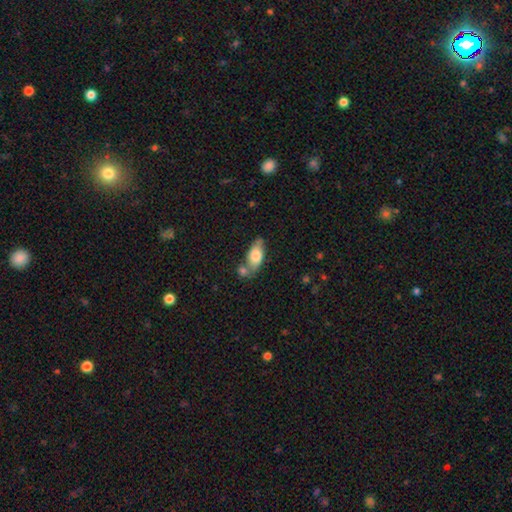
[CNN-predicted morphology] smooth-or-featured: smooth: 72% | featured or disk: 22% | star or artifact: 7%
  how-rounded: in between: 85% | cigar-shaped: 10% | round: 4%
  merging: none: 52% | merger: 27% | minor disturbance: 17% | major disturbance: 5%